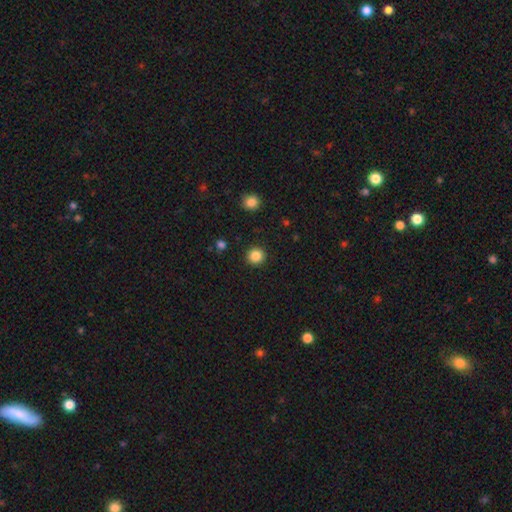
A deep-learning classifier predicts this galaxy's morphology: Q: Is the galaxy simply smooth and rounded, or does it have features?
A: smooth — 85%.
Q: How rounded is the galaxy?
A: round — 93%.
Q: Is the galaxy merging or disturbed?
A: none — 92%.